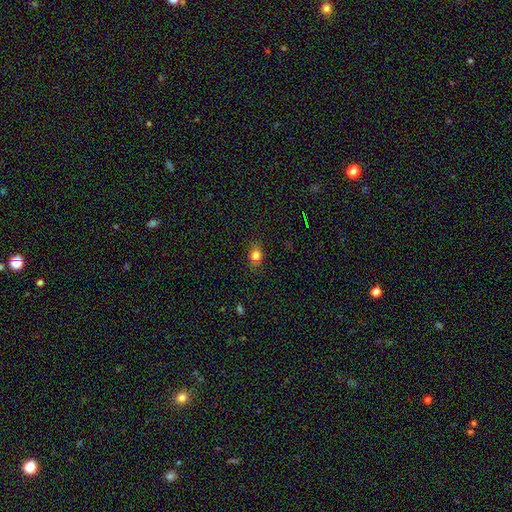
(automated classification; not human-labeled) A smooth galaxy with no disk features (79%) that is in between round and cigar-shaped (51%).

Vote fractions:
- Smooth or featured? smooth: 79% / star or artifact: 14% / featured or disk: 7%
- How rounded? in between: 51% / round: 47% / cigar-shaped: 2%
- Merging? none: 82% / minor disturbance: 13% / major disturbance: 3% / merger: 1%